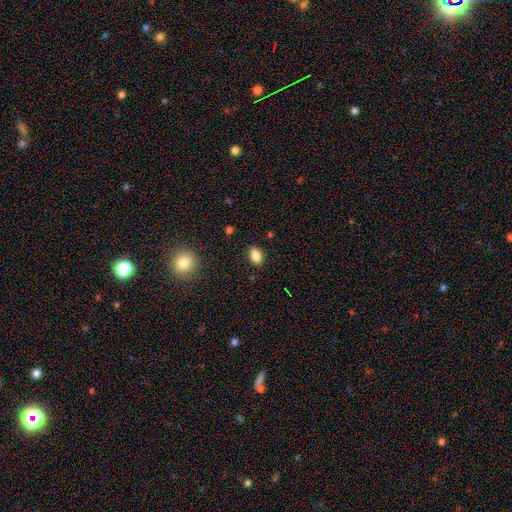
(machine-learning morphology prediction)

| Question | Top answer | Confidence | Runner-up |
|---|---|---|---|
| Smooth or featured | smooth | 85% | star or artifact (9%) |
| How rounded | in between | 87% | round (11%) |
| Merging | none | 87% | minor disturbance (9%) |